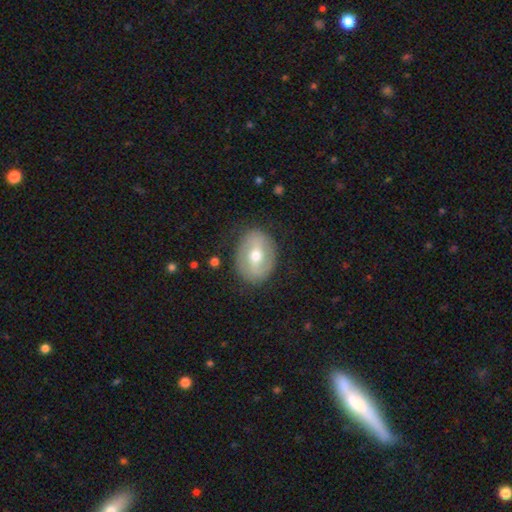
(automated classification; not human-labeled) A featured or disk galaxy (61%) with a weak bar (40%), spiral arms (53%) and a moderate central bulge (72%). Merging: none (83%).